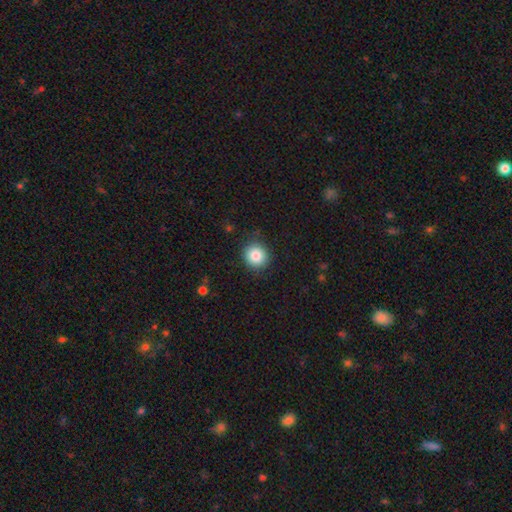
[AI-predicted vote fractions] A smooth galaxy with no disk features (85%) that is round (90%).

Vote fractions:
- Smooth or featured? smooth: 85% / star or artifact: 9% / featured or disk: 6%
- How rounded? round: 90% / in between: 9% / cigar-shaped: 1%
- Merging? none: 88% / minor disturbance: 8% / major disturbance: 2% / merger: 1%